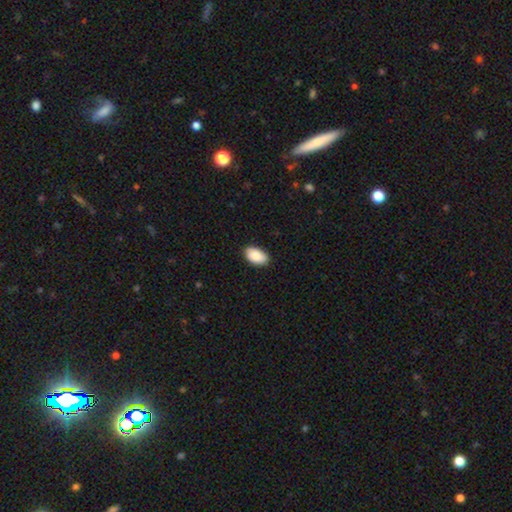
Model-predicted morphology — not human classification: smooth-or-featured: smooth: 89% | star or artifact: 6% | featured or disk: 5%
  how-rounded: in between: 94% | round: 4% | cigar-shaped: 1%
  merging: none: 87% | minor disturbance: 11% | major disturbance: 2% | merger: 1%